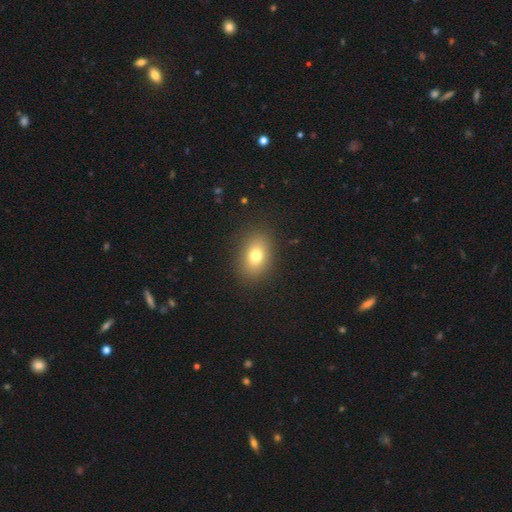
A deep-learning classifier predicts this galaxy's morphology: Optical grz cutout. It shows a smooth galaxy with no disk features (76%) that is in between round and cigar-shaped (72%). Merging: none (87%).